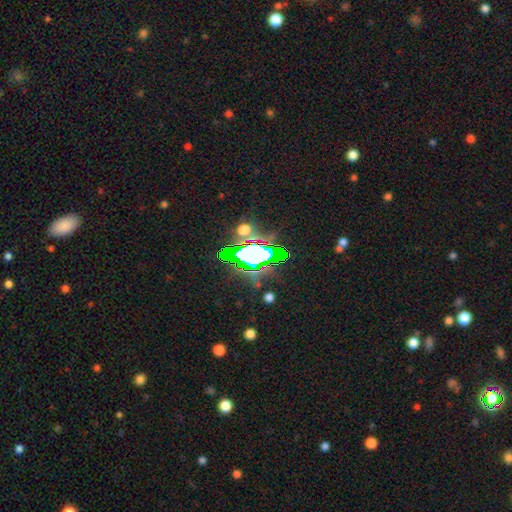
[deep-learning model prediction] This is likely a star or artifact rather than a galaxy (63%).